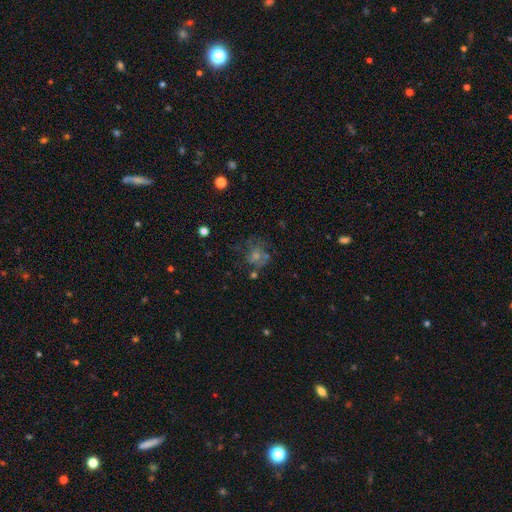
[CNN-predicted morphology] Smooth or featured?
  - featured or disk: 43% *
  - smooth: 31%
  - star or artifact: 26%
Merging?
  - none: 60% *
  - minor disturbance: 18%
  - major disturbance: 16%
  - merger: 6%